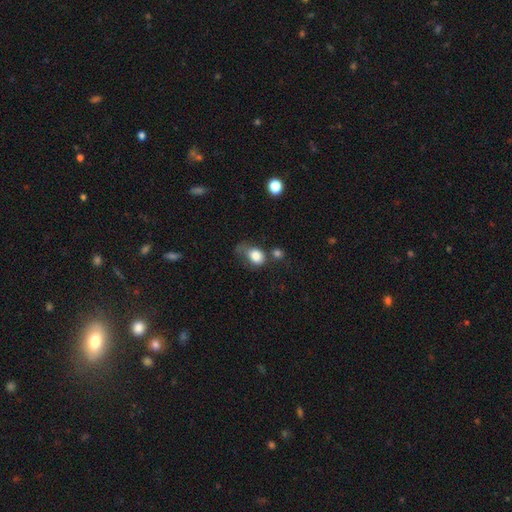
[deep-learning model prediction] Smooth or featured? smooth (81%)
How rounded? in between (59%)
Merging? none (32%)